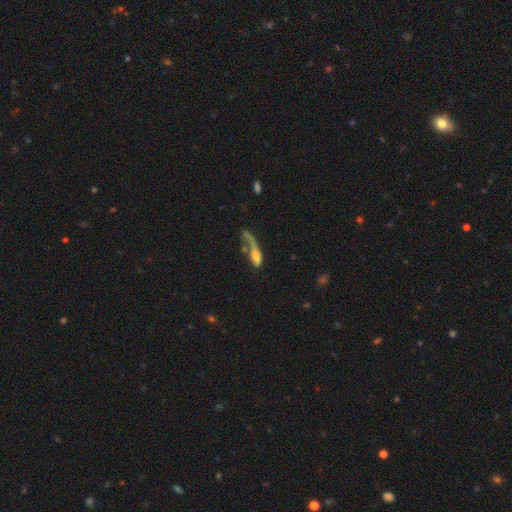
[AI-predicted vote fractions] A smooth galaxy with no disk features (53%) that is in between round and cigar-shaped (48%). Merging: major disturbance (48%).